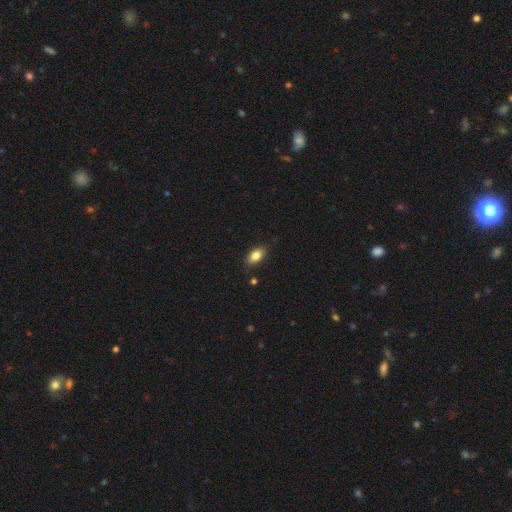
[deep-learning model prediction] Smooth or featured?
  - smooth: 84% *
  - star or artifact: 8%
  - featured or disk: 8%
How rounded?
  - in between: 90% *
  - round: 6%
  - cigar-shaped: 4%
Merging?
  - none: 85% *
  - minor disturbance: 11%
  - major disturbance: 2%
  - merger: 2%